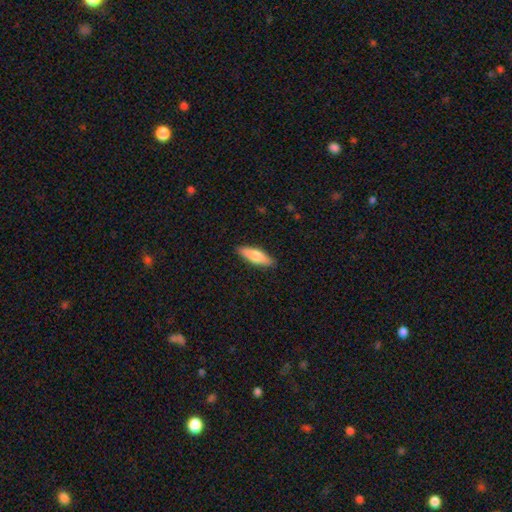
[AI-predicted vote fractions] Morphology: type=smooth (66%); roundness=in between (50%); merging=none (89%).